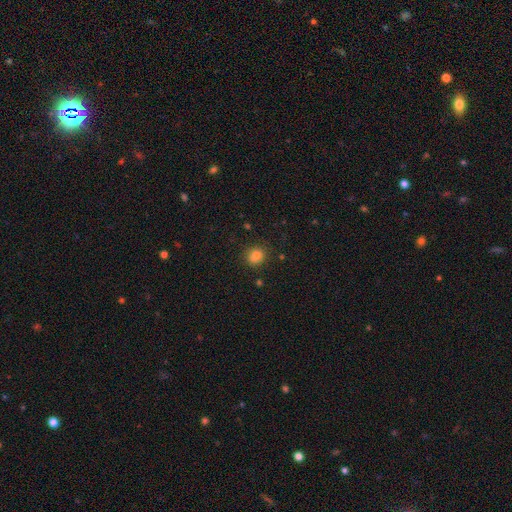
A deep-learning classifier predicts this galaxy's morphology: The model was most divided on "how rounded": round: 62%, in between: 37%, cigar-shaped: 1%. More confident: smooth or featured — smooth (82%); merging — none (76%).